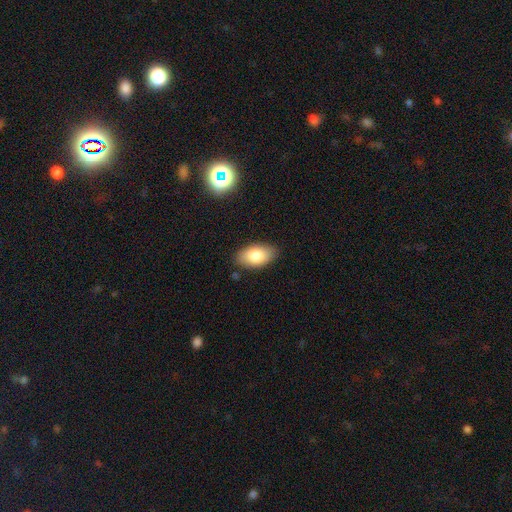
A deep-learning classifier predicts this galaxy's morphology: A smooth galaxy with no disk features (81%) that is in between round and cigar-shaped (94%).

Vote fractions:
- Smooth or featured? smooth: 81% / featured or disk: 12% / star or artifact: 7%
- How rounded? in between: 94% / round: 4% / cigar-shaped: 2%
- Merging? none: 85% / minor disturbance: 11% / major disturbance: 3% / merger: 1%